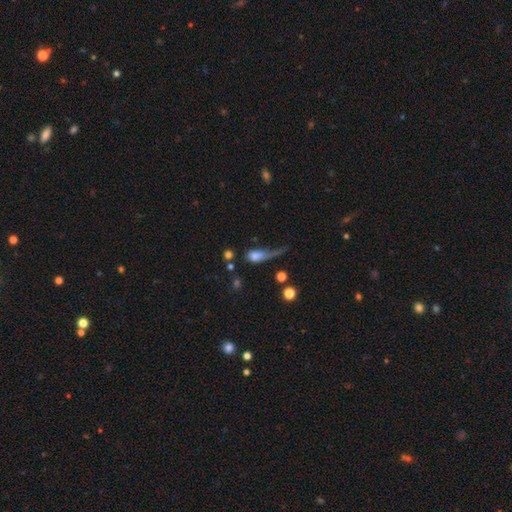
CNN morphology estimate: Q: Smooth or featured?
A: smooth (64%); runner-up: featured or disk (23%)
Q: How rounded?
A: in between (62%); runner-up: round (20%)
Q: Merging?
A: major disturbance (53%); runner-up: minor disturbance (18%)